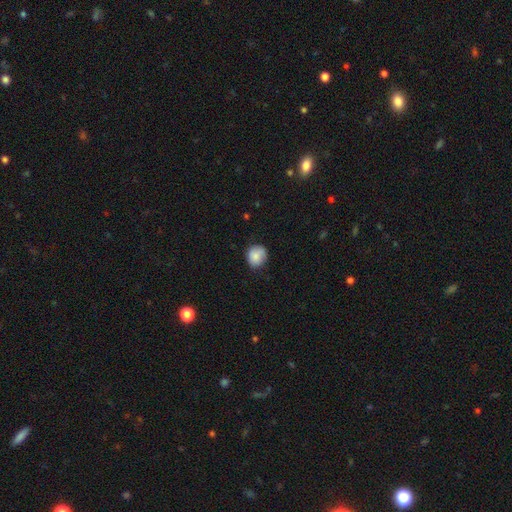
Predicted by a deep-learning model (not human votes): Smooth or featured?
  - smooth: 83% *
  - featured or disk: 9%
  - star or artifact: 8%
How rounded?
  - round: 79% *
  - in between: 20%
  - cigar-shaped: 1%
Merging?
  - none: 77% *
  - minor disturbance: 19%
  - major disturbance: 3%
  - merger: 1%